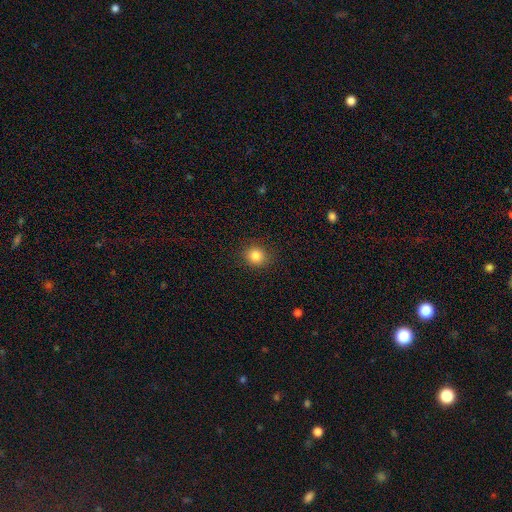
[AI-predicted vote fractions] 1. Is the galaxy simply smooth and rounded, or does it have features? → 85% smooth, 11% star or artifact, 5% featured or disk.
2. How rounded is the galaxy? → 85% round, 14% in between, 1% cigar-shaped.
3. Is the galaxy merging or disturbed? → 88% none, 8% minor disturbance, 3% major disturbance, 1% merger.